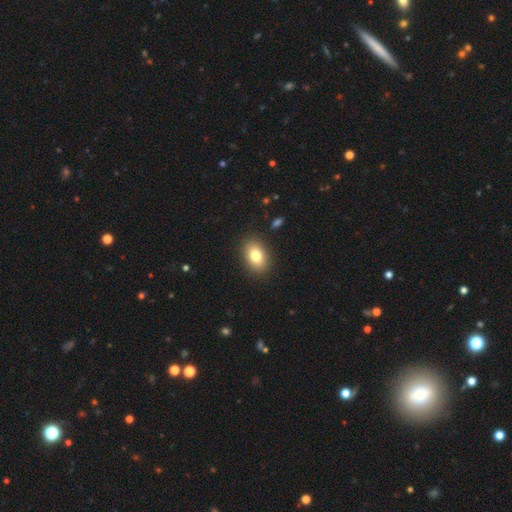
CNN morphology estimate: A smooth galaxy with no disk features (80%) that is in between round and cigar-shaped (82%). Merging: none (89%).